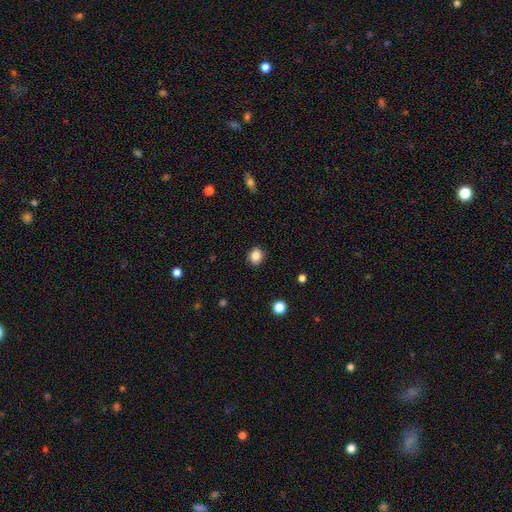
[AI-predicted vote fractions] Q: Smooth or featured?
A: smooth (86%); runner-up: star or artifact (10%)
Q: How rounded?
A: round (64%); runner-up: in between (35%)
Q: Merging?
A: none (88%); runner-up: minor disturbance (9%)